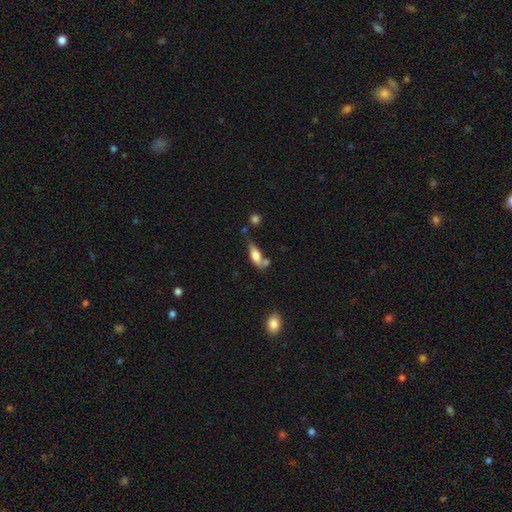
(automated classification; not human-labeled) A smooth galaxy with no disk features (69%) that is in between round and cigar-shaped (69%).

Vote fractions:
- Smooth or featured? smooth: 69% / featured or disk: 24% / star or artifact: 7%
- How rounded? in between: 69% / cigar-shaped: 28% / round: 3%
- Merging? none: 47% / minor disturbance: 23% / merger: 21% / major disturbance: 8%